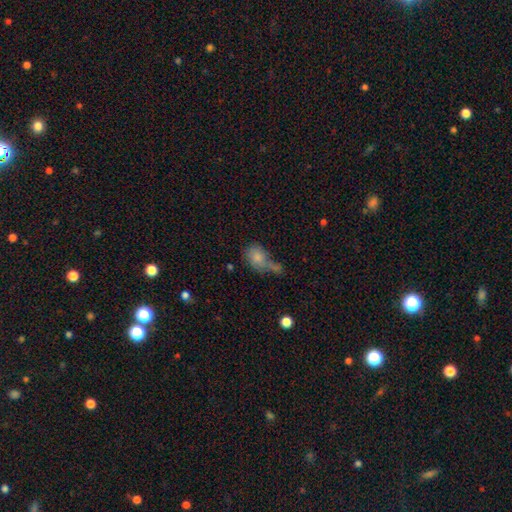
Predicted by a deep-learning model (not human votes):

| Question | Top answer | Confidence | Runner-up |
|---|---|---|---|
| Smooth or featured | smooth | 74% | featured or disk (16%) |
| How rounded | in between | 64% | round (34%) |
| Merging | merger | 32% | none (30%) |